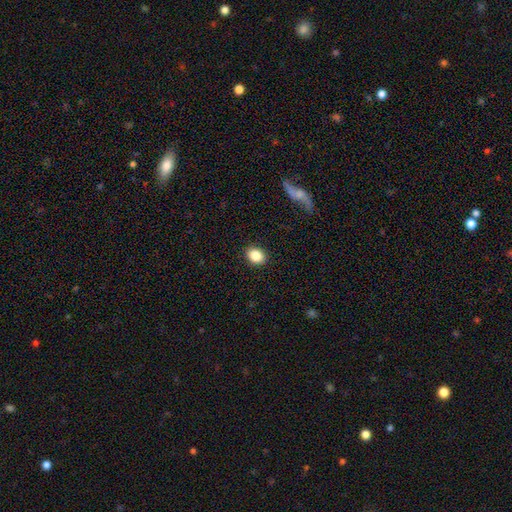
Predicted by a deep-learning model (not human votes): This is clearly a smooth galaxy (86%). How rounded: possibly in between (56%). Merging: clearly none (90%).